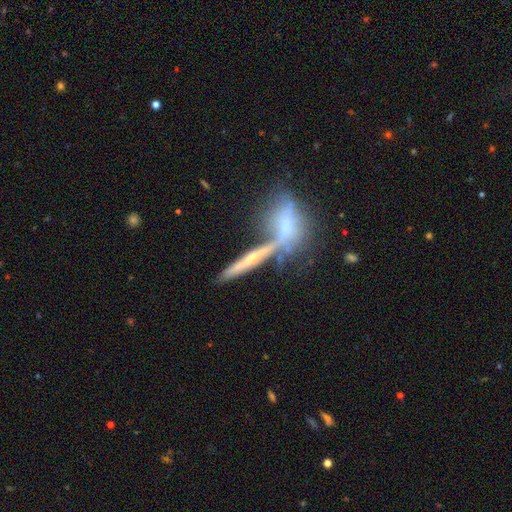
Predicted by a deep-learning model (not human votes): featured or disk 60%, smooth 29%, star or artifact 11%. Down the decision tree: edge-on disk — yes (86%); edge-on bulge — rounded (64%); merging — none (52%).